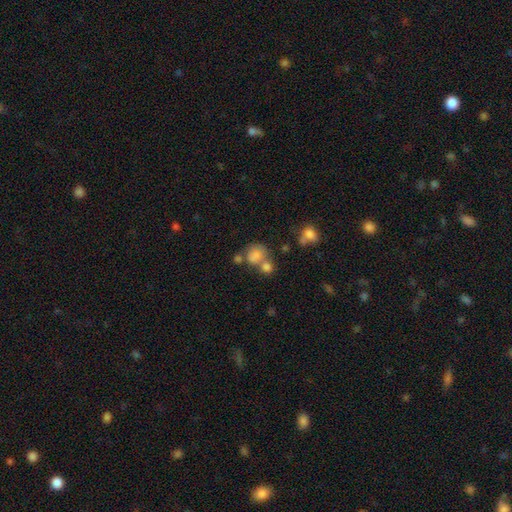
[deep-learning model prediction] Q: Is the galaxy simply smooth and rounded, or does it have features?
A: smooth — 73%.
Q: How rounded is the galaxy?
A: round — 69%.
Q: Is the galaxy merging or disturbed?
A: merger — 43%.